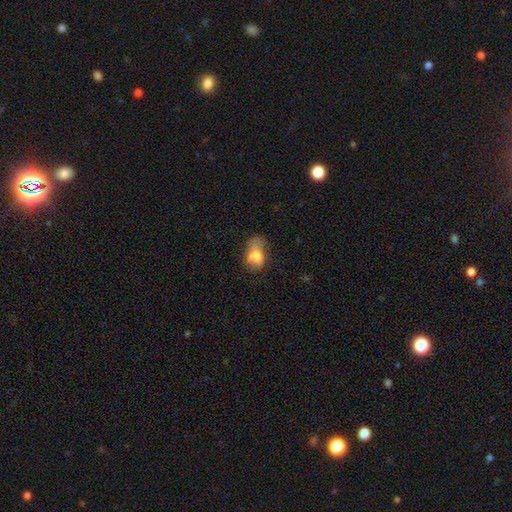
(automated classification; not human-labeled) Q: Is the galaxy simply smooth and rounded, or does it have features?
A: smooth — 68%.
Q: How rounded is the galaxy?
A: in between — 81%.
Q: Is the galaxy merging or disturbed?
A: none — 28%.